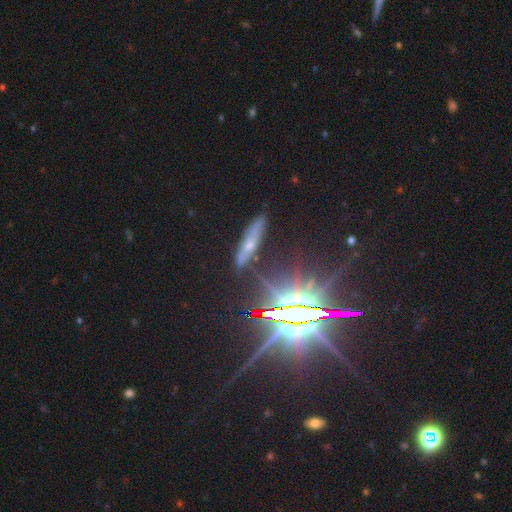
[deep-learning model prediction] smooth_or_featured: star or artifact (p=0.47) [alt: featured or disk p=0.39]